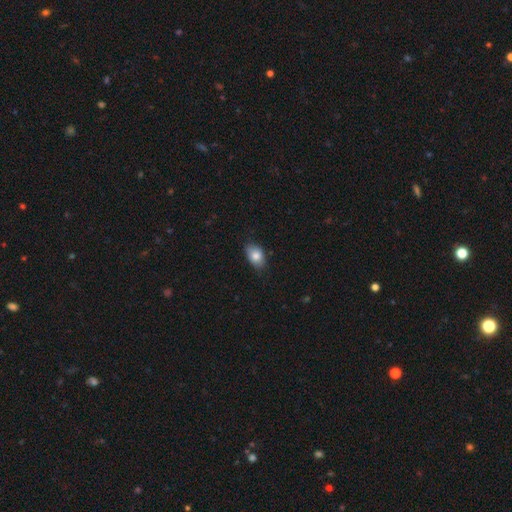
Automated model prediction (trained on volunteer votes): Smooth or featured? smooth (82%)
How rounded? in between (86%)
Merging? none (79%)